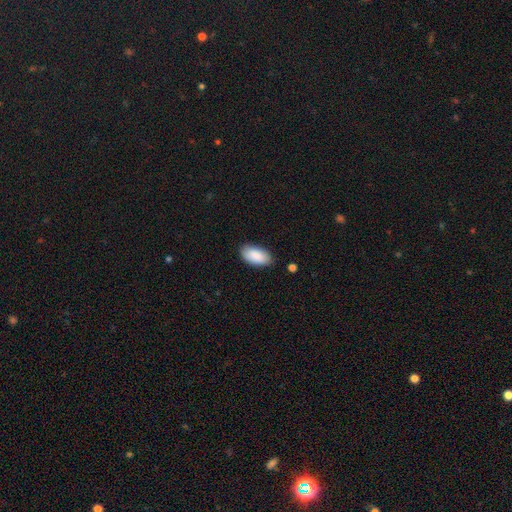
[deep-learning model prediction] Smooth or featured?
  - smooth: 89% *
  - star or artifact: 6%
  - featured or disk: 5%
How rounded?
  - in between: 95% *
  - cigar-shaped: 3%
  - round: 2%
Merging?
  - none: 82% *
  - minor disturbance: 14%
  - major disturbance: 3%
  - merger: 2%